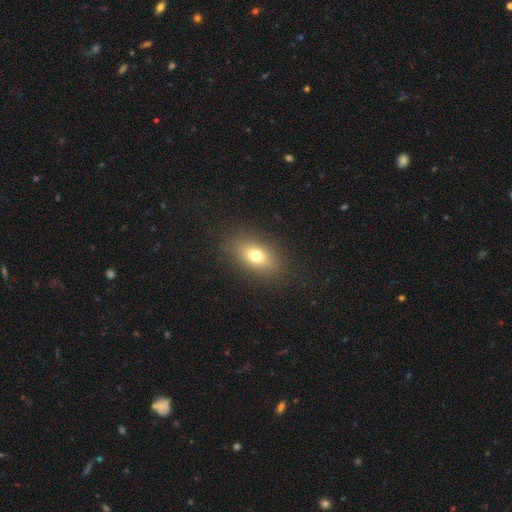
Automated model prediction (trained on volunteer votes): Overall: smooth (74%). How rounded: in between (80%). Merging: none (86%).